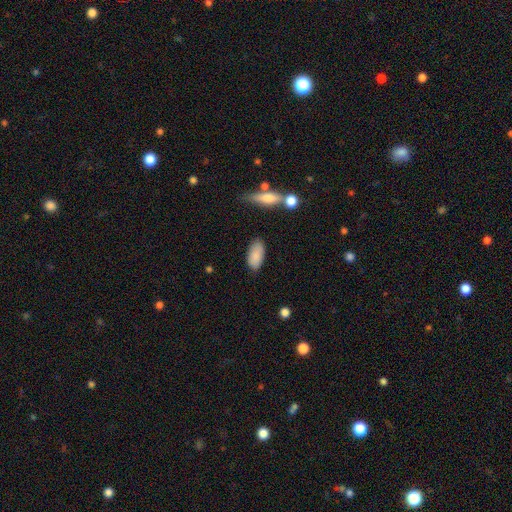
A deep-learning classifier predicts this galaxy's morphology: Smooth or featured? smooth (87%)
How rounded? in between (91%)
Merging? none (80%)